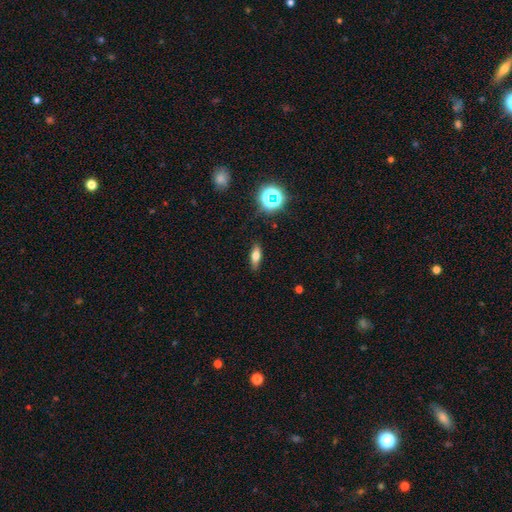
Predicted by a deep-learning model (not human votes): Smooth or featured? Predicted: smooth (p=0.65). How rounded? Predicted: in between (p=0.63). Merging? Predicted: none (p=0.85).